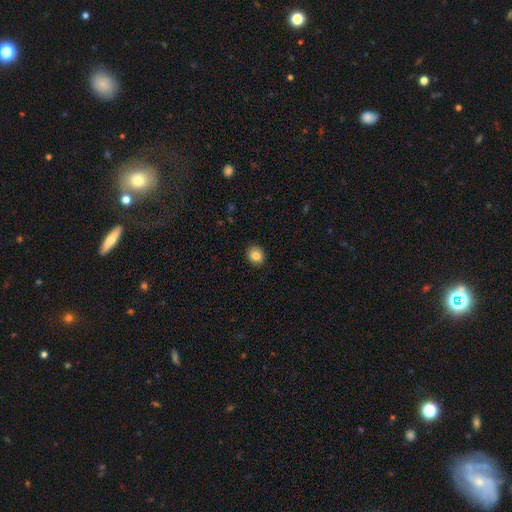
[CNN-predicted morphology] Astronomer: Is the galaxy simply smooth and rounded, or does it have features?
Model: smooth — 86%.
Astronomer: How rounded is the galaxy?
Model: round — 53% (runner-up: in between, 47%).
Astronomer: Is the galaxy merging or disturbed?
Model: none — 85%.